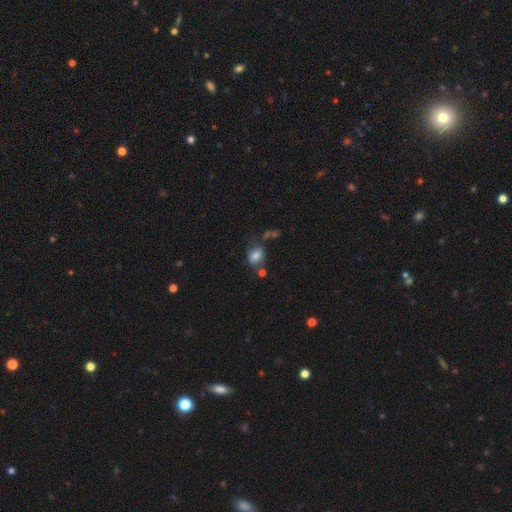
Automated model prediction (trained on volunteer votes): smooth_or_featured: smooth (p=0.79) [alt: star or artifact p=0.11]
how_rounded: in between (p=0.64) [alt: round p=0.34]
merging: none (p=0.53) [alt: minor disturbance p=0.22]